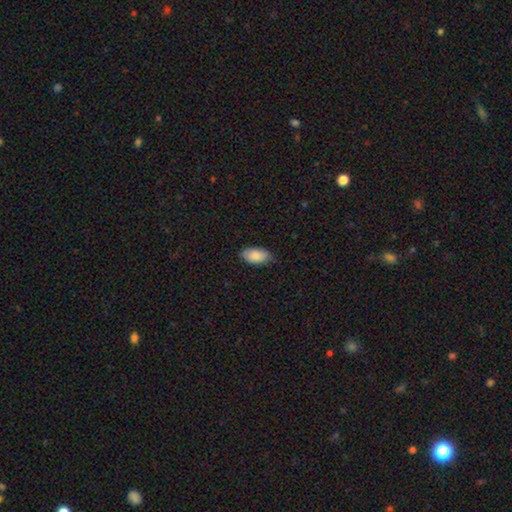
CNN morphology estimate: smooth 88%, featured or disk 6%, star or artifact 6%. Down the decision tree: how rounded — in between (95%); merging — none (81%).